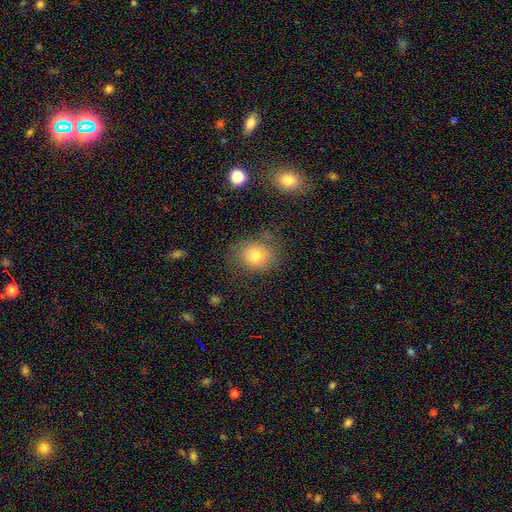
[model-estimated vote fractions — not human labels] Smooth or featured: smooth — 76% (featured or disk — 12%)
How rounded: round — 62% (in between — 37%)
Merging: none — 71% (minor disturbance — 18%)